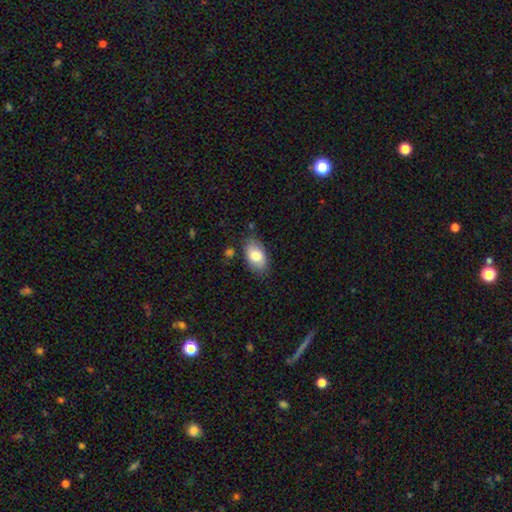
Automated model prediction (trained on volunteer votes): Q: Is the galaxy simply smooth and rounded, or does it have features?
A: smooth — 80%.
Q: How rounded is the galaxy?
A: in between — 92%.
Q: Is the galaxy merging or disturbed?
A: none — 78%.